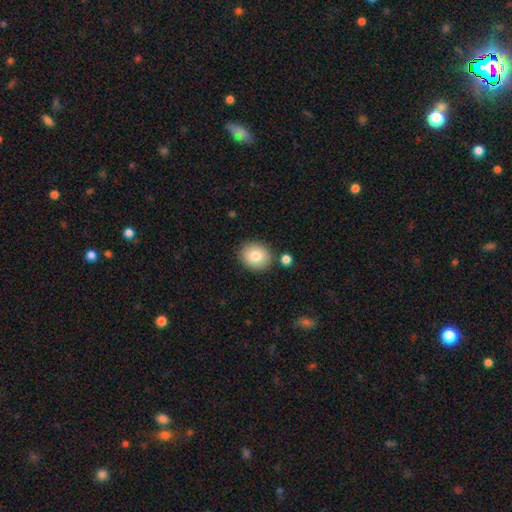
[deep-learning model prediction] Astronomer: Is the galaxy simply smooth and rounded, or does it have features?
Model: smooth — 82%.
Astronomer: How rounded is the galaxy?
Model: round — 66%.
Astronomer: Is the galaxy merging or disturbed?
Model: none — 82%.